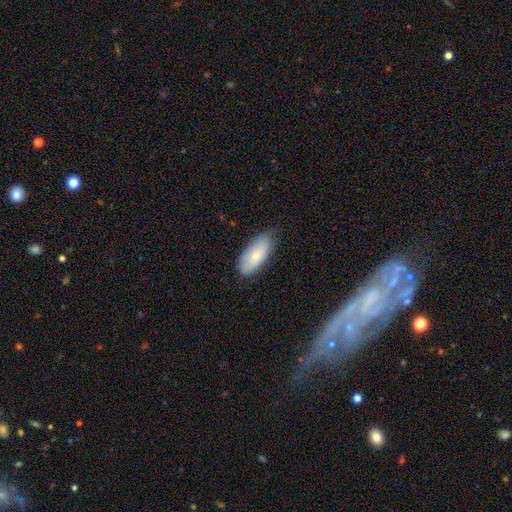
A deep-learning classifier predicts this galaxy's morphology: smooth_or_featured: smooth (p=0.74) [alt: featured or disk p=0.20]
how_rounded: in between (p=0.87) [alt: cigar-shaped p=0.10]
merging: none (p=0.75) [alt: minor disturbance p=0.21]